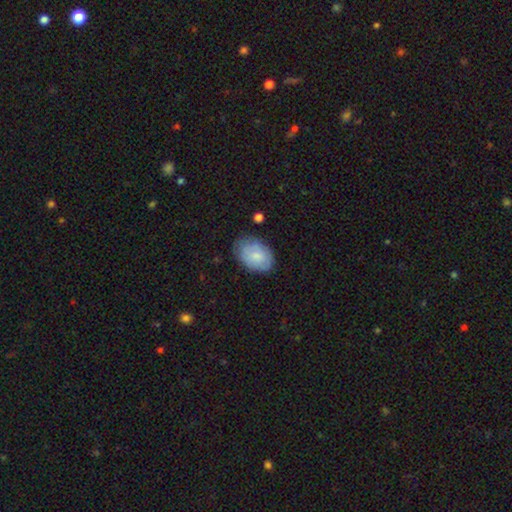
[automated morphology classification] type=smooth (76%); roundness=in between (86%); merging=none (68%).